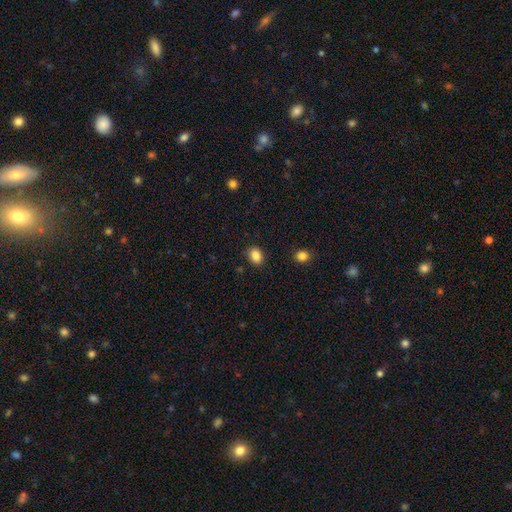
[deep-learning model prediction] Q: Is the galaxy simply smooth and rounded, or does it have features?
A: smooth — 86%.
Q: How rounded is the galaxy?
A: in between — 61%.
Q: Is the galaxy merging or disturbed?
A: none — 86%.